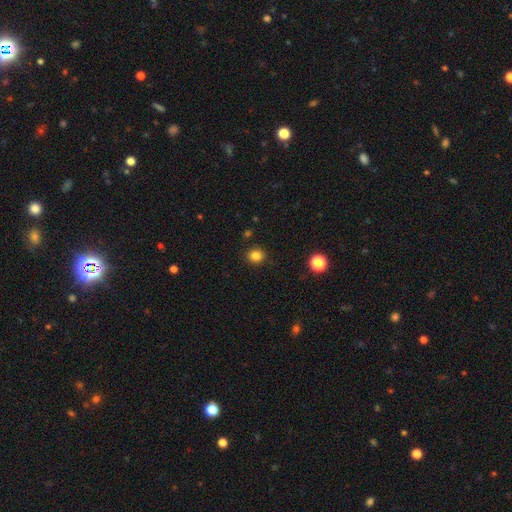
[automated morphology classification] smooth 83%, star or artifact 12%, featured or disk 4%. Down the decision tree: how rounded — round (83%); merging — none (90%).